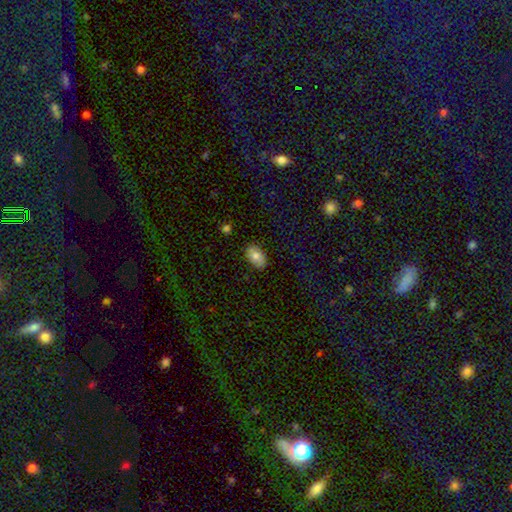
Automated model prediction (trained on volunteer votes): smooth_or_featured: smooth (p=0.75) [alt: featured or disk p=0.18]
how_rounded: in between (p=0.92) [alt: round p=0.07]
merging: none (p=0.81) [alt: minor disturbance p=0.15]